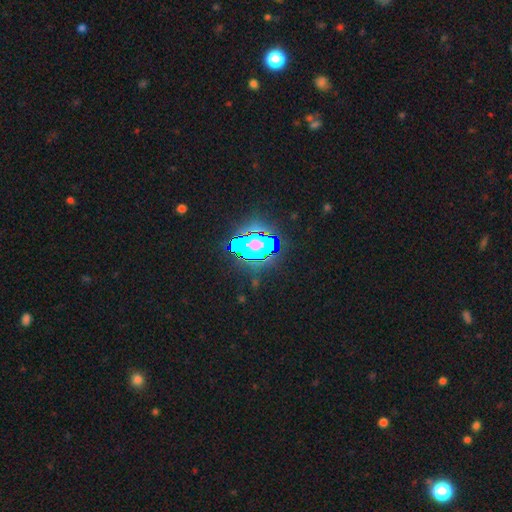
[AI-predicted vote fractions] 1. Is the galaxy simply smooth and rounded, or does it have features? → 78% star or artifact, 13% smooth, 9% featured or disk.